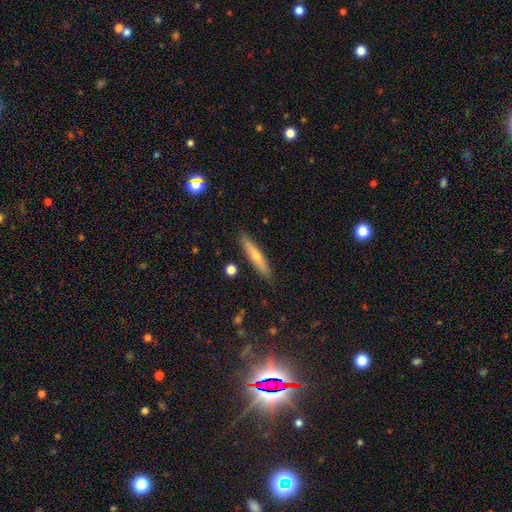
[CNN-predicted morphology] The model was most divided on "smooth or featured": smooth: 53%, featured or disk: 39%, star or artifact: 7%. More confident: how rounded — cigar-shaped (90%); merging — none (88%).